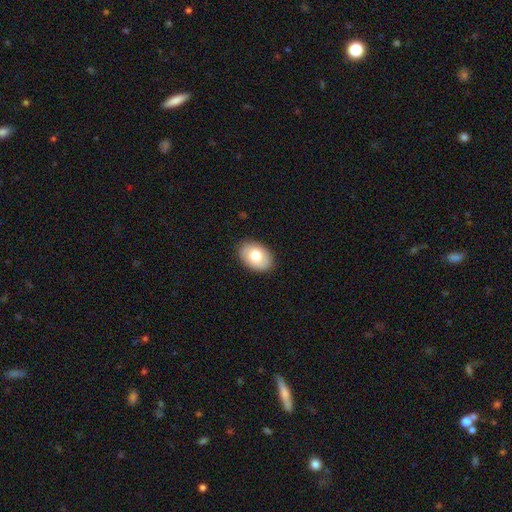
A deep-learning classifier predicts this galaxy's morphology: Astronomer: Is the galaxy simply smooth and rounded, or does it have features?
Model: smooth — 76%.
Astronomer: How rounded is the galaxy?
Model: in between — 84%.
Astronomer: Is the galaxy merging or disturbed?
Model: none — 89%.